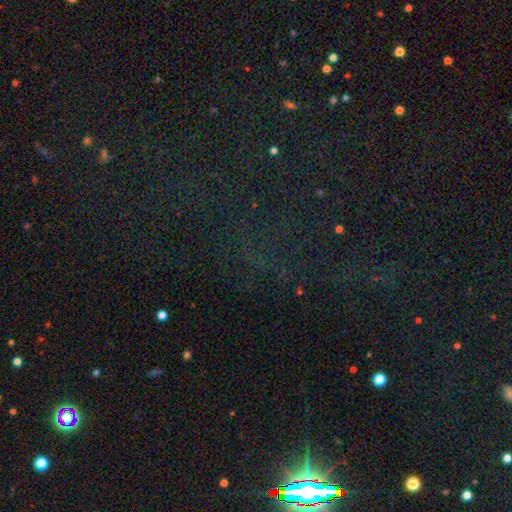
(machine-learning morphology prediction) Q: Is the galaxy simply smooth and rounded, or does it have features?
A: star or artifact — 78%.